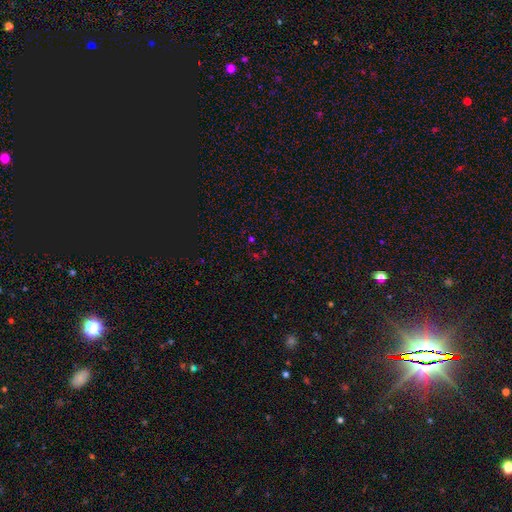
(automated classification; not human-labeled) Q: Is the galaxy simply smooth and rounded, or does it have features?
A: star or artifact — 63%.